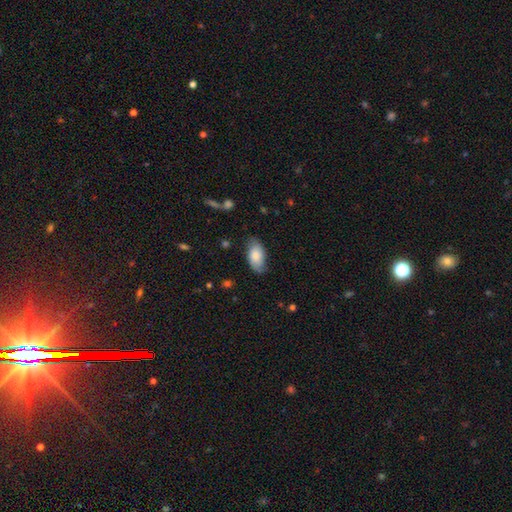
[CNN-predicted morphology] The model was most divided on "merging": none: 68%, minor disturbance: 25%, major disturbance: 6%, merger: 1%. More confident: how rounded — in between (95%); smooth or featured — smooth (74%).